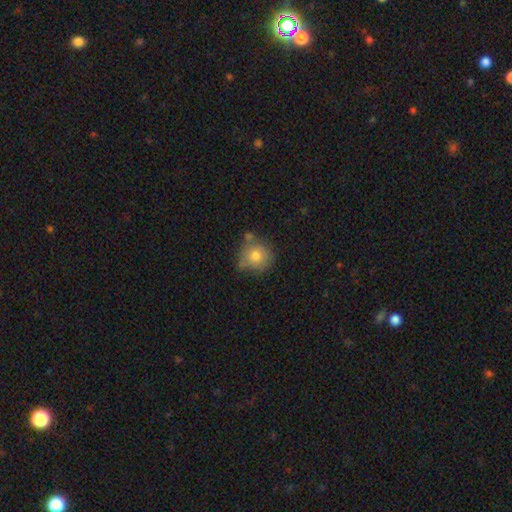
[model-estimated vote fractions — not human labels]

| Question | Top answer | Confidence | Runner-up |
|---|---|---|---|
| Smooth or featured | smooth | 76% | featured or disk (15%) |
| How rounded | round | 89% | in between (10%) |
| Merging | none | 55% | minor disturbance (27%) |